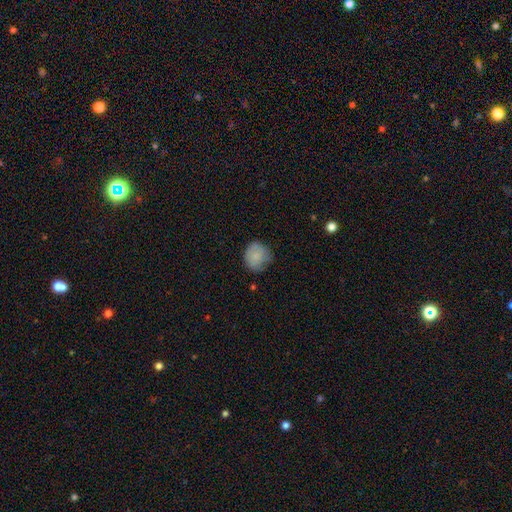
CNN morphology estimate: A smooth galaxy with no disk features (80%) that is round (83%).

Vote fractions:
- Smooth or featured? smooth: 80% / featured or disk: 12% / star or artifact: 8%
- How rounded? round: 83% / in between: 16% / cigar-shaped: 1%
- Merging? none: 67% / minor disturbance: 25% / major disturbance: 7% / merger: 2%